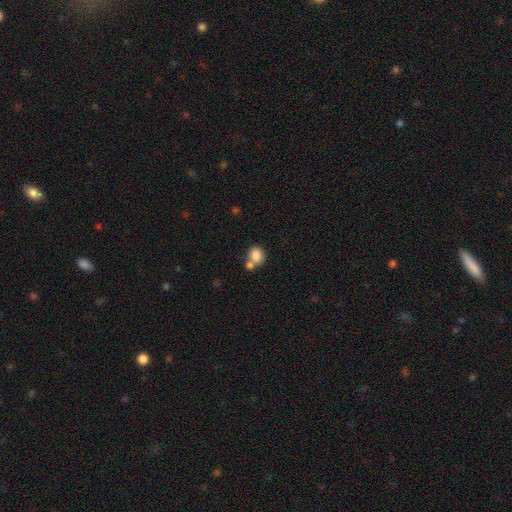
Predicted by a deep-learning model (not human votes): Smooth or featured? smooth (83%)
How rounded? round (67%)
Merging? none (45%)